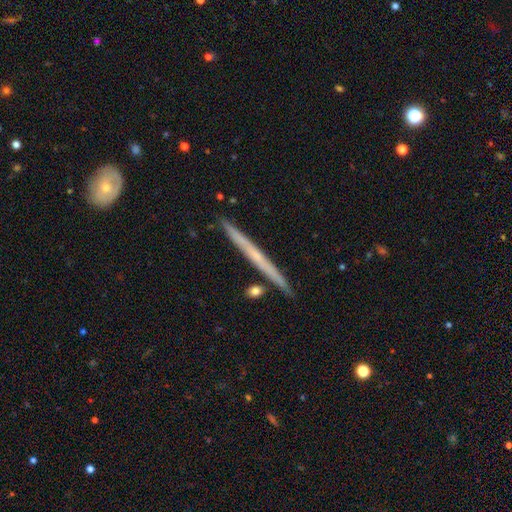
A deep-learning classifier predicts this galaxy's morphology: Q: Smooth or featured?
A: featured or disk (60%); runner-up: smooth (34%)
Q: Edge-on disk?
A: yes (97%); runner-up: no (3%)
Q: Edge-on bulge?
A: none (79%); runner-up: rounded (17%)
Q: Merging?
A: none (89%); runner-up: minor disturbance (7%)